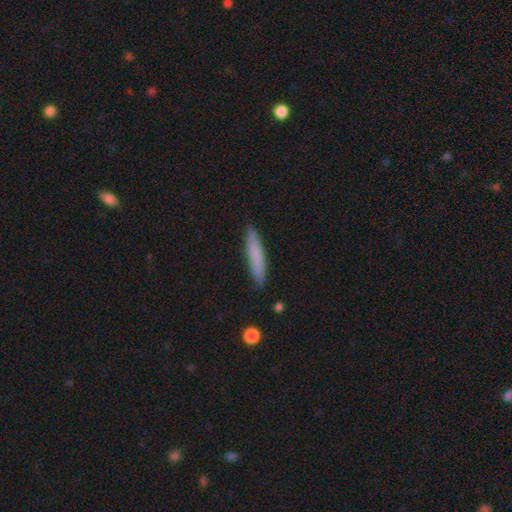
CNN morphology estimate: A smooth galaxy with no disk features (76%) that is cigar-shaped (92%).

Vote fractions:
- Smooth or featured? smooth: 76% / featured or disk: 18% / star or artifact: 6%
- How rounded? cigar-shaped: 92% / in between: 7% / round: 1%
- Merging? none: 89% / minor disturbance: 8% / major disturbance: 2% / merger: 1%